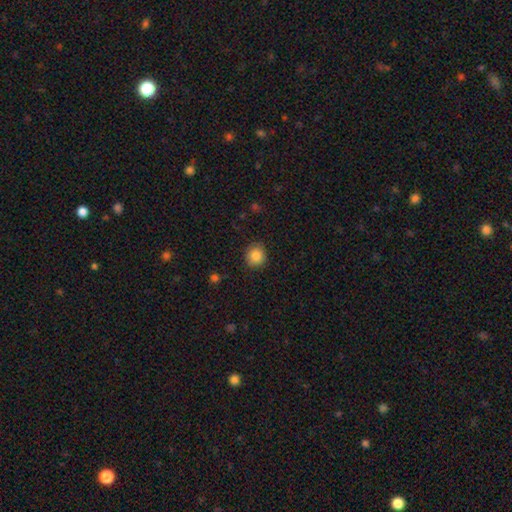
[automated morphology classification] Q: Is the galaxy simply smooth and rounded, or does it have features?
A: smooth — 85%.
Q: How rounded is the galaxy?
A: round — 87%.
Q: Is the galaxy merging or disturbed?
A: none — 88%.